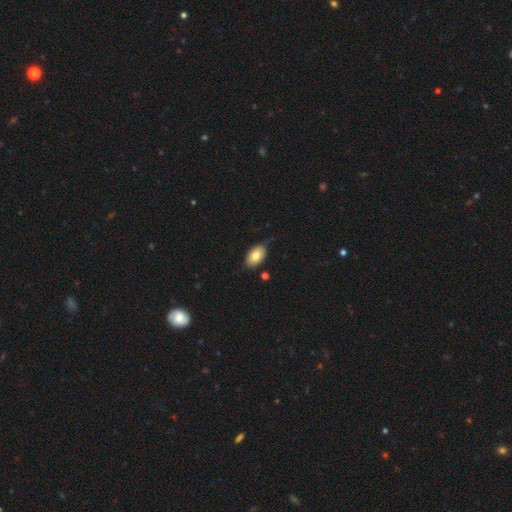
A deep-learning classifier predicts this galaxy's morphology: The model was most divided on "merging": none: 72%, minor disturbance: 21%, major disturbance: 4%, merger: 3%. More confident: how rounded — in between (92%); smooth or featured — smooth (79%).